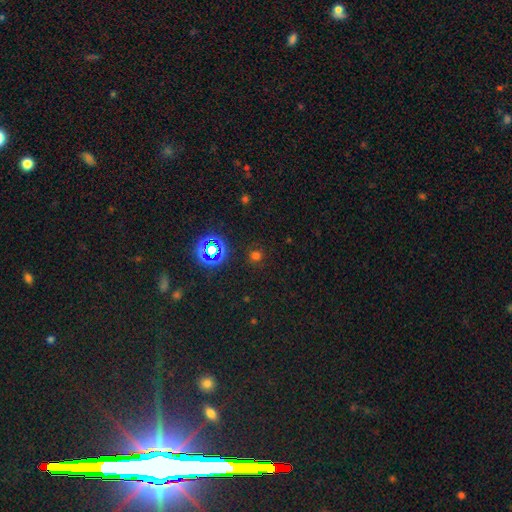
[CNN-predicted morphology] Q: Smooth or featured?
A: smooth (57%); runner-up: star or artifact (36%)
Q: How rounded?
A: round (91%); runner-up: in between (8%)
Q: Merging?
A: none (87%); runner-up: minor disturbance (7%)